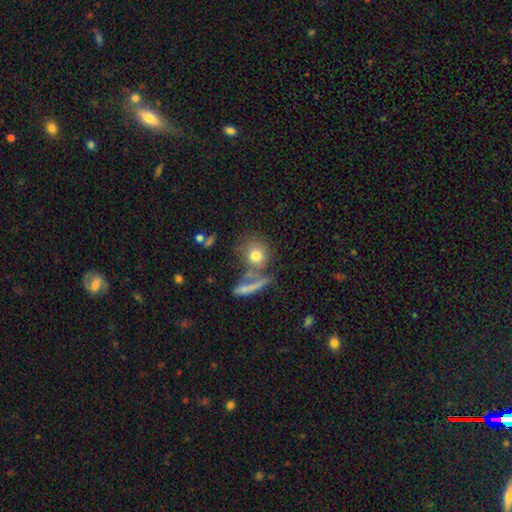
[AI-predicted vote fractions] smooth 75%, featured or disk 15%, star or artifact 11%. Down the decision tree: how rounded — round (80%); merging — none (55%).